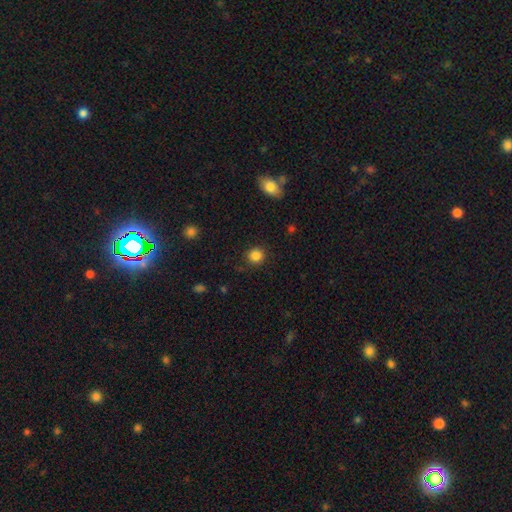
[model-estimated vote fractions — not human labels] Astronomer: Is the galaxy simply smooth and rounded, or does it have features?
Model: smooth — 85%.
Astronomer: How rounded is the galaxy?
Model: round — 90%.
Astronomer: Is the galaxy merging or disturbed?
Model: none — 88%.